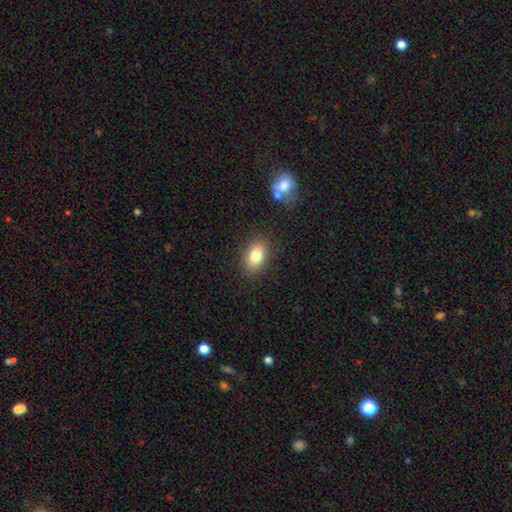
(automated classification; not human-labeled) Morphology: type=smooth (80%); roundness=in between (84%); merging=none (86%).